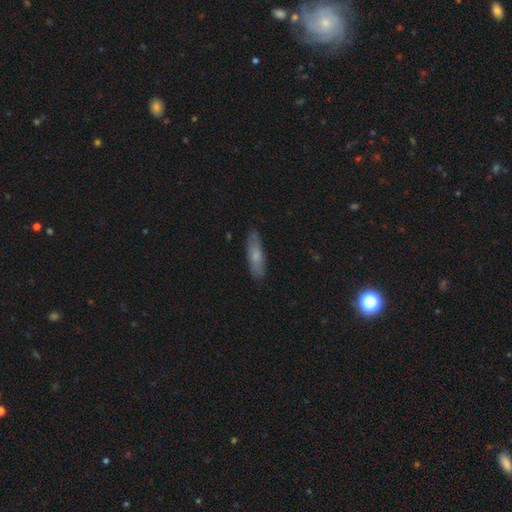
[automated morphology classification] The model was most divided on "how rounded": cigar-shaped: 64%, in between: 34%, round: 2%. More confident: merging — none (85%); smooth or featured — smooth (69%).